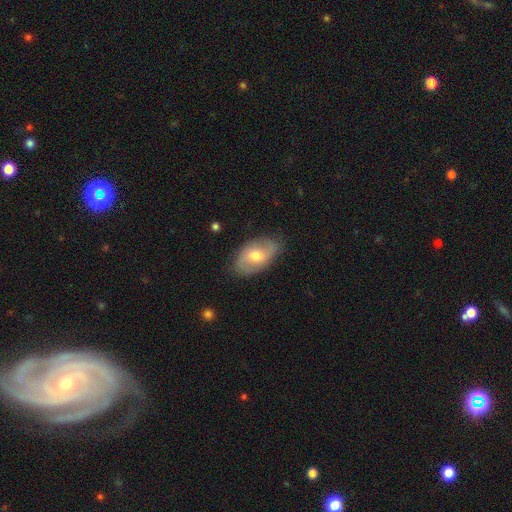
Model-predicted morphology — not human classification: Smooth or featured: featured or disk — 51% (smooth — 43%)
Edge-on disk: no — 93% (yes — 7%)
Merging: none — 79% (minor disturbance — 16%)